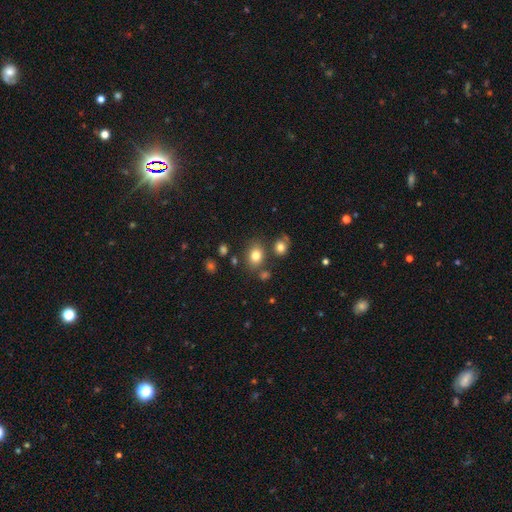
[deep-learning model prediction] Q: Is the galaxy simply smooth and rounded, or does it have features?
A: smooth — 79%.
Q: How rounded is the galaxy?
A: in between — 55%.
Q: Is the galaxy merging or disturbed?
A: none — 75%.